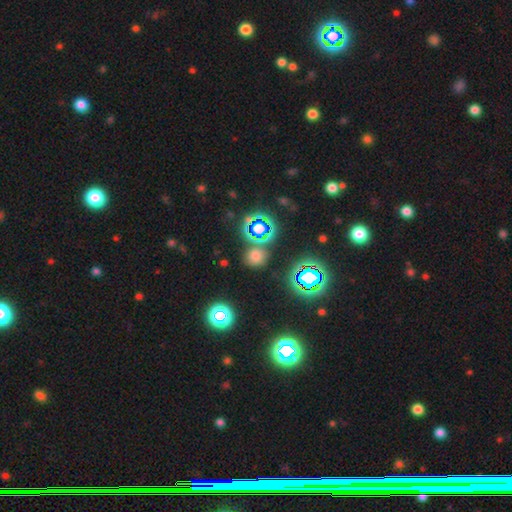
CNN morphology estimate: Q: Smooth or featured?
A: smooth (55%); runner-up: star or artifact (38%)
Q: How rounded?
A: round (81%); runner-up: in between (17%)
Q: Merging?
A: none (80%); runner-up: minor disturbance (9%)